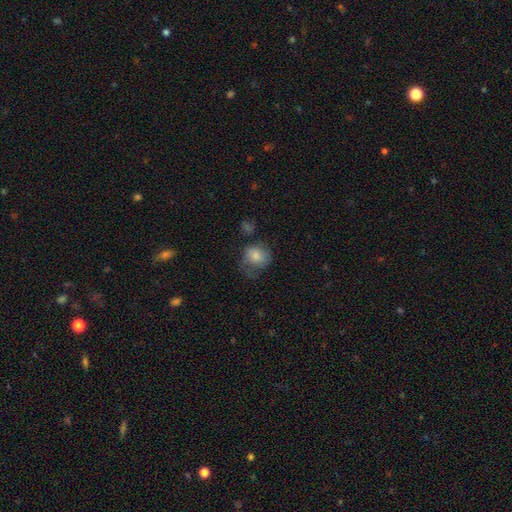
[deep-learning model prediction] Smooth or featured?
  - smooth: 72% *
  - featured or disk: 19%
  - star or artifact: 9%
How rounded?
  - round: 69% *
  - in between: 30%
  - cigar-shaped: 1%
Merging?
  - none: 41% *
  - minor disturbance: 30%
  - major disturbance: 24%
  - merger: 5%